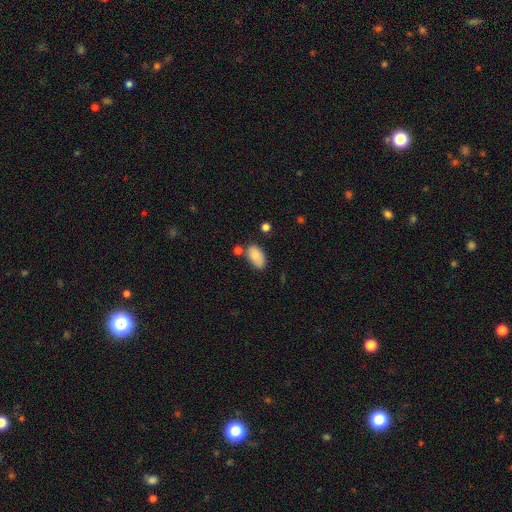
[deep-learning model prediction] This appears to be a smooth galaxy with no disk features (84%) that is in between round and cigar-shaped (94%). Merging: none (67%).